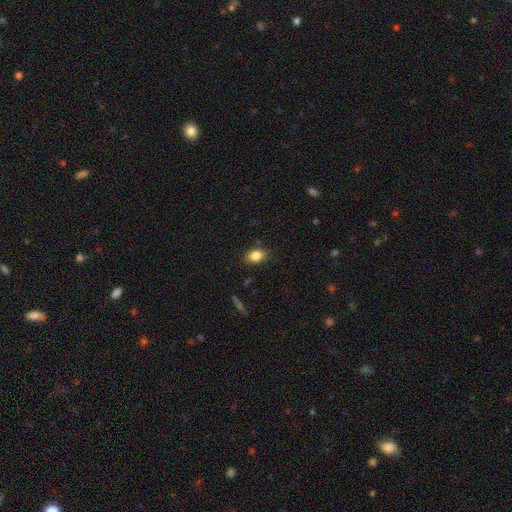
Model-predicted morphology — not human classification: smooth-or-featured: smooth: 84% | star or artifact: 9% | featured or disk: 7%
  how-rounded: in between: 79% | round: 20% | cigar-shaped: 2%
  merging: none: 85% | minor disturbance: 11% | major disturbance: 3% | merger: 1%